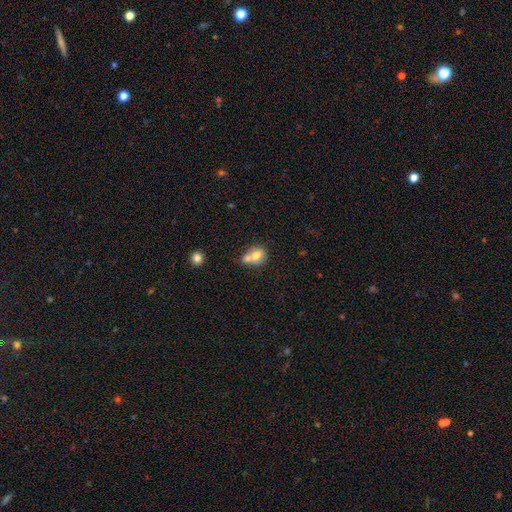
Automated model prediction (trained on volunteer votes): Smooth or featured? Predicted: smooth (p=0.72). How rounded? Predicted: round (p=0.63). Merging? Predicted: merger (p=0.56).